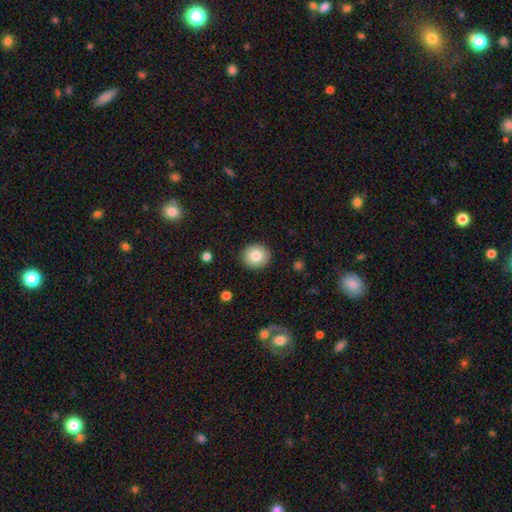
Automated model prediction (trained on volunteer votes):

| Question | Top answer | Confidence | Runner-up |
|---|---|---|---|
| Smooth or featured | smooth | 82% | featured or disk (9%) |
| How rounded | round | 87% | in between (12%) |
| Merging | none | 91% | minor disturbance (6%) |